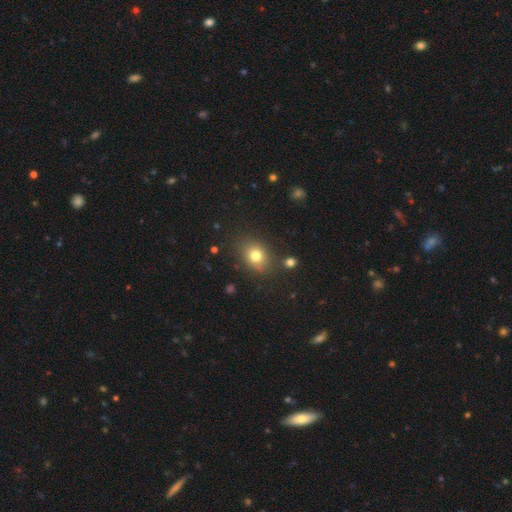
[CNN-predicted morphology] A smooth galaxy with no disk features (77%) that is in between round and cigar-shaped (50%).

Vote fractions:
- Smooth or featured? smooth: 77% / star or artifact: 13% / featured or disk: 10%
- How rounded? in between: 50% / round: 49% / cigar-shaped: 1%
- Merging? none: 81% / minor disturbance: 12% / major disturbance: 4% / merger: 4%